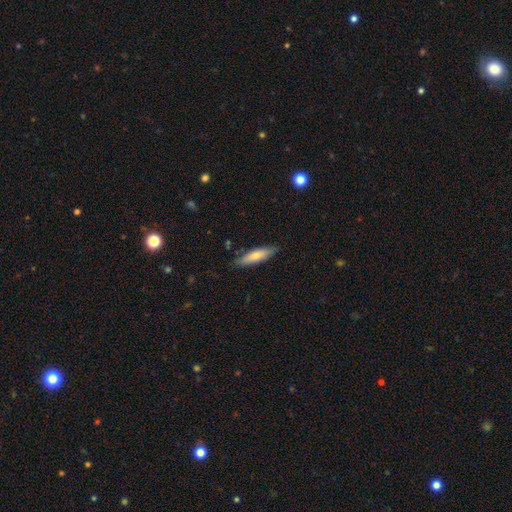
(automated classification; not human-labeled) smooth 71%, featured or disk 23%, star or artifact 6%. Down the decision tree: how rounded — cigar-shaped (66%); merging — none (83%).